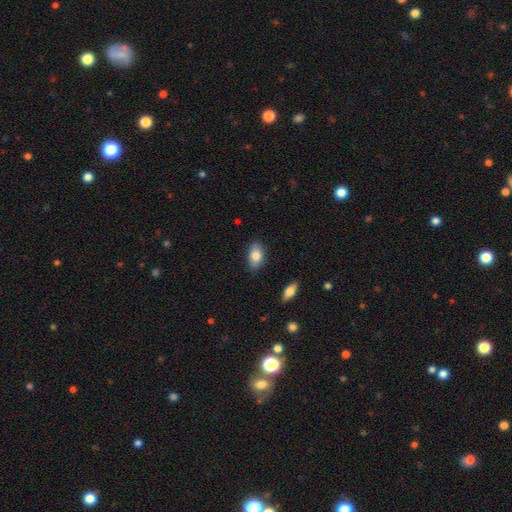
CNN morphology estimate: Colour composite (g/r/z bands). It shows a smooth galaxy with no disk features (82%) that is in between round and cigar-shaped (91%). Merging: none (83%).